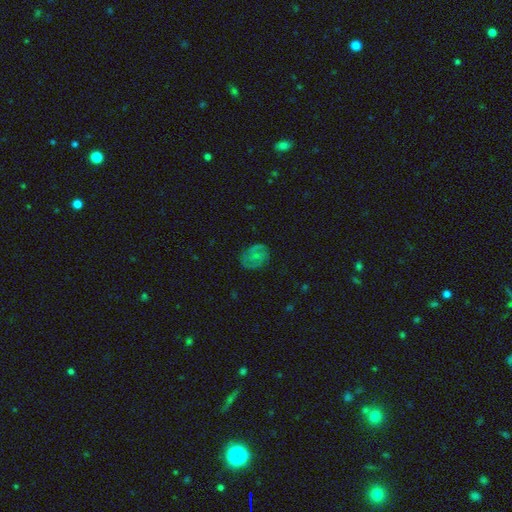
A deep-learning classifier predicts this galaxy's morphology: Smooth or featured: smooth — 50% (featured or disk — 36%)
Merging: none — 71% (minor disturbance — 19%)